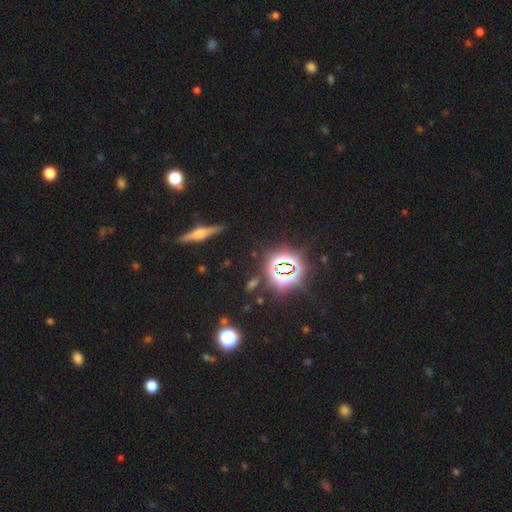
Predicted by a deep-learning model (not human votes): Smooth or featured: star or artifact — 71% (smooth — 16%)